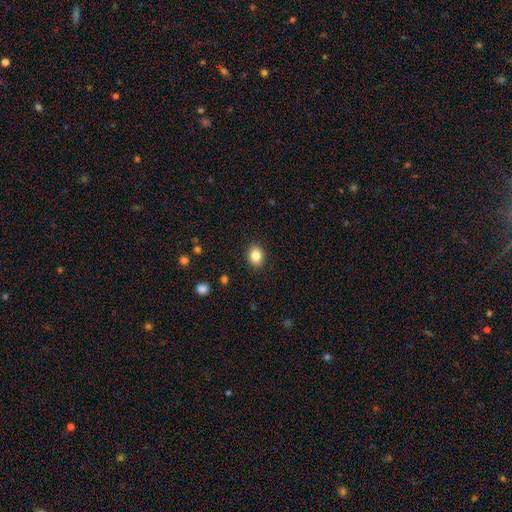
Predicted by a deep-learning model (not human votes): A smooth galaxy with no disk features (84%) that is in between round and cigar-shaped (53%). Merging: none (90%).